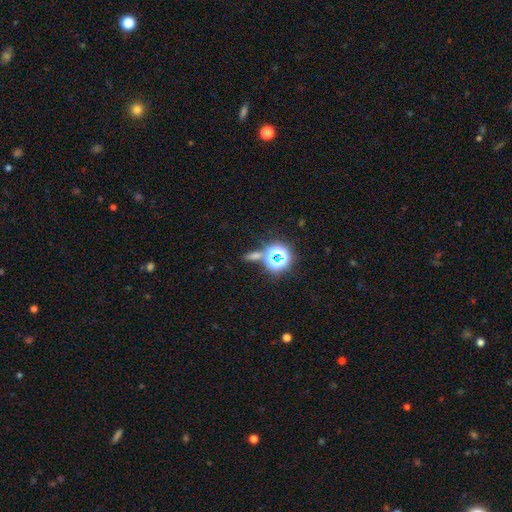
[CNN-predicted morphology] The model was most divided on "smooth or featured": smooth: 45%, star or artifact: 43%, featured or disk: 13%. More confident: merging — none (72%).